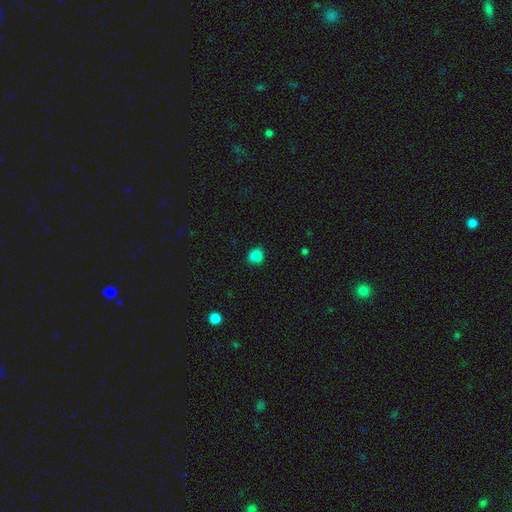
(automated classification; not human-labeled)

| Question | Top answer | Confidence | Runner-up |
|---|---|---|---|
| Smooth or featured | smooth | 84% | star or artifact (13%) |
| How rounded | round | 71% | in between (28%) |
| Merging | none | 78% | minor disturbance (17%) |